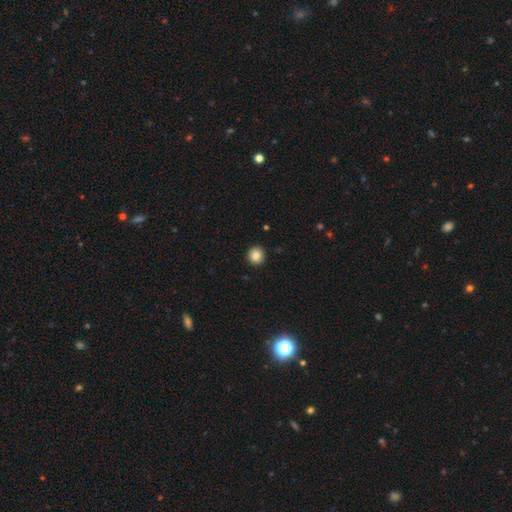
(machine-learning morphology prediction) smooth_or_featured: smooth (p=0.84) [alt: star or artifact p=0.10]
how_rounded: round (p=0.94) [alt: in between p=0.05]
merging: none (p=0.93) [alt: minor disturbance p=0.04]